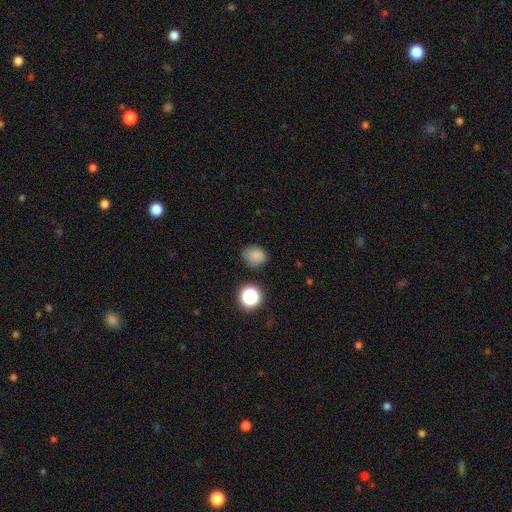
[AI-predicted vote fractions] Smooth or featured? Predicted: smooth (p=0.78). How rounded? Predicted: round (p=0.71). Merging? Predicted: none (p=0.73).